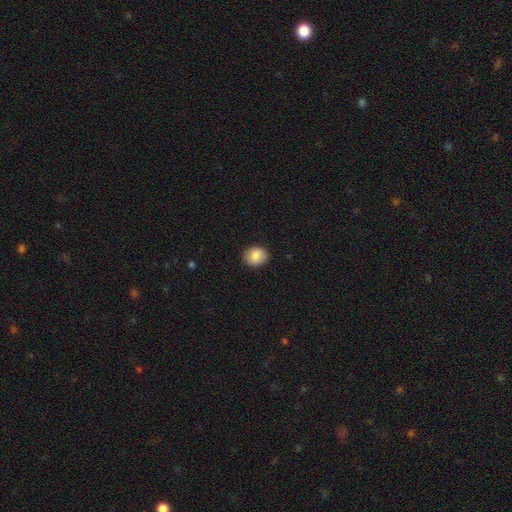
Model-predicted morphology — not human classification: A smooth galaxy with no disk features (87%) that is round (60%).

Vote fractions:
- Smooth or featured? smooth: 87% / star or artifact: 8% / featured or disk: 5%
- How rounded? round: 60% / in between: 39% / cigar-shaped: 1%
- Merging? none: 88% / minor disturbance: 9% / major disturbance: 2% / merger: 1%